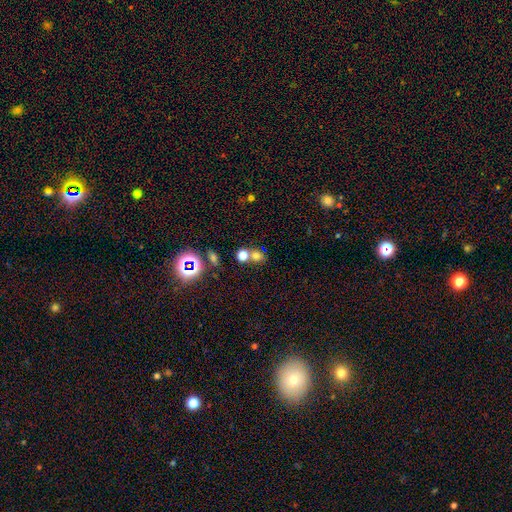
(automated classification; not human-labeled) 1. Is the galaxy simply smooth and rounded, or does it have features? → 67% smooth, 23% star or artifact, 10% featured or disk.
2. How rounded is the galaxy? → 74% round, 24% in between, 1% cigar-shaped.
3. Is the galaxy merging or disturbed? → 50% none, 38% merger, 8% minor disturbance, 4% major disturbance.